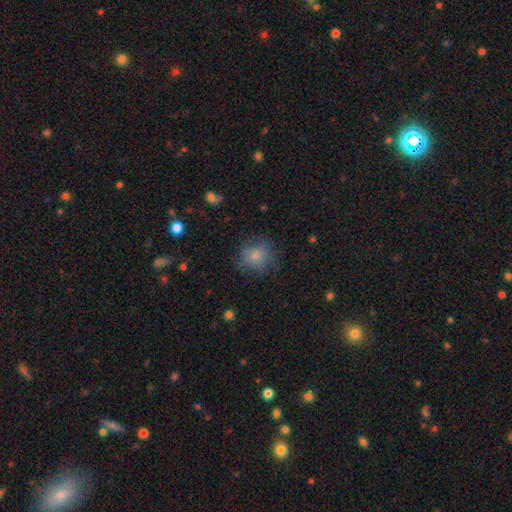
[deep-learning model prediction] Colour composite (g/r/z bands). It shows a smooth galaxy with no disk features (79%) that is round (83%). Merging: none (75%).